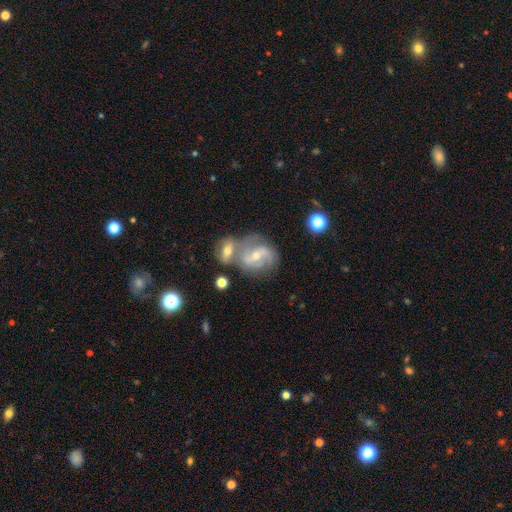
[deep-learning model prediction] Smooth or featured: featured or disk — 73% (smooth — 18%)
Edge-on disk: no — 95% (yes — 5%)
Bar: weak — 42% (strong — 35%)
Spiral arms: yes — 86% (no — 14%)
Spiral winding: medium — 48% (tight — 30%)
Spiral arm count: 2 — 72% (can't tell — 15%)
Bulge size: moderate — 49% (small — 48%)
Merging: merger — 47% (none — 36%)